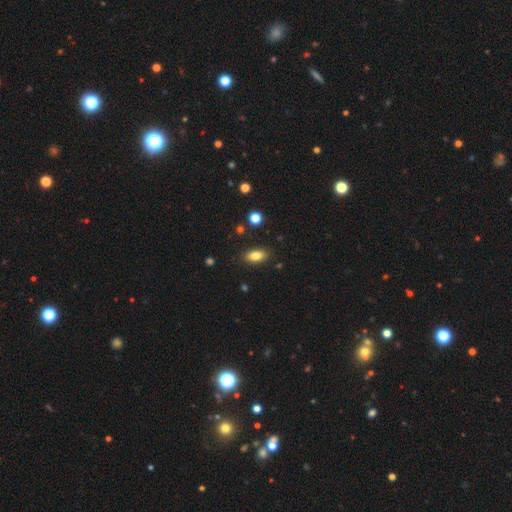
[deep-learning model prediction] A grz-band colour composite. It shows a smooth galaxy with no disk features (81%) that is in between round and cigar-shaped (88%). Merging: none (86%).